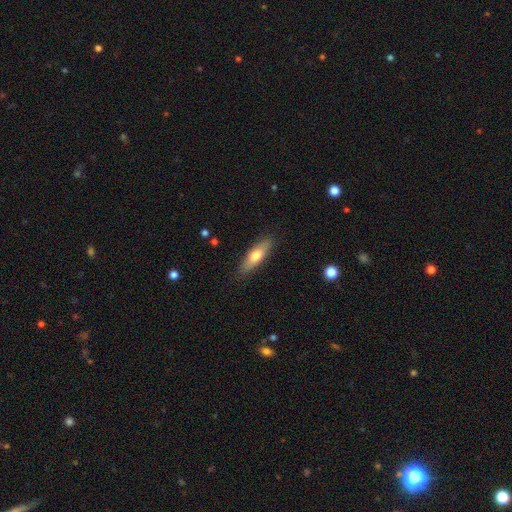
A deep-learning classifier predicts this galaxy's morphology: Smooth or featured: smooth — 65% (featured or disk — 29%)
How rounded: cigar-shaped — 55% (in between — 43%)
Merging: none — 85% (minor disturbance — 11%)